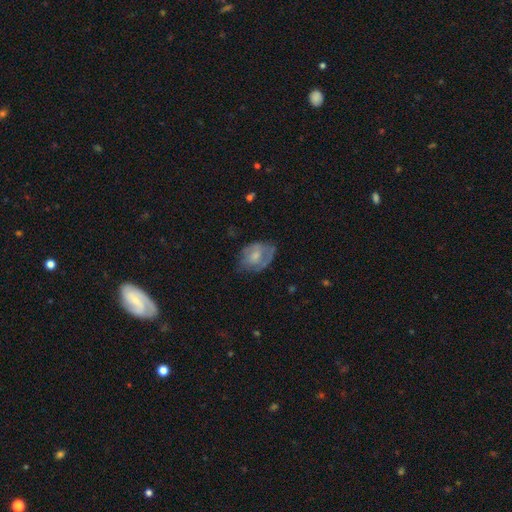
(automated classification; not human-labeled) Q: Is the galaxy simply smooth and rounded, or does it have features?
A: featured or disk — 49%.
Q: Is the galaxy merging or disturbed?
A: none — 51%.